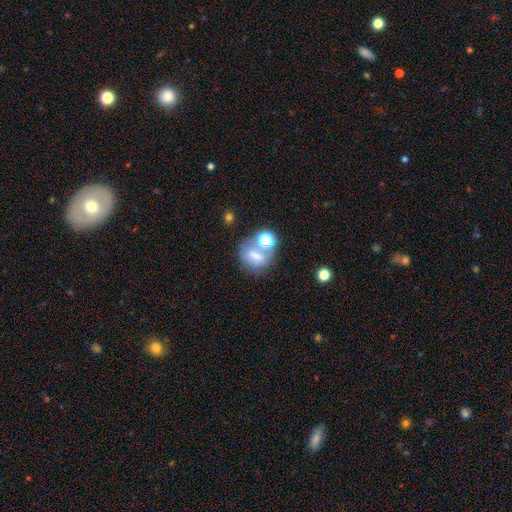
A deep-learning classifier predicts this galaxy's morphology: Smooth or featured?
  - smooth: 54% *
  - featured or disk: 28%
  - star or artifact: 17%
How rounded?
  - round: 55% *
  - in between: 43%
  - cigar-shaped: 2%
Merging?
  - none: 42% *
  - merger: 36%
  - minor disturbance: 13%
  - major disturbance: 9%